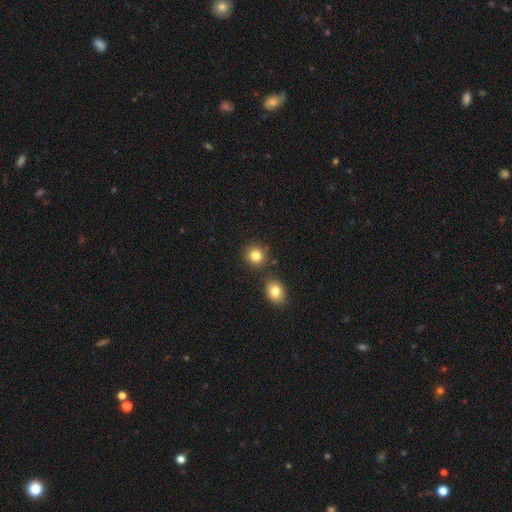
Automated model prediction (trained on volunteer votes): smooth-or-featured: smooth: 83% | star or artifact: 11% | featured or disk: 6%
  how-rounded: round: 84% | in between: 15% | cigar-shaped: 1%
  merging: none: 79% | merger: 10% | minor disturbance: 8% | major disturbance: 3%